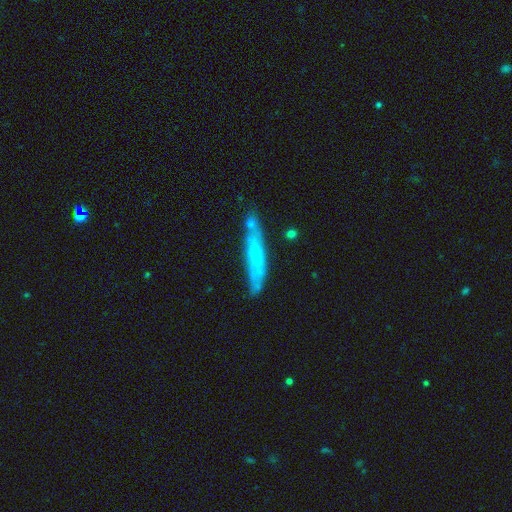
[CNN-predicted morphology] smooth_or_featured: featured or disk (p=0.48) [alt: smooth p=0.45]
merging: none (p=0.64) [alt: minor disturbance p=0.22]